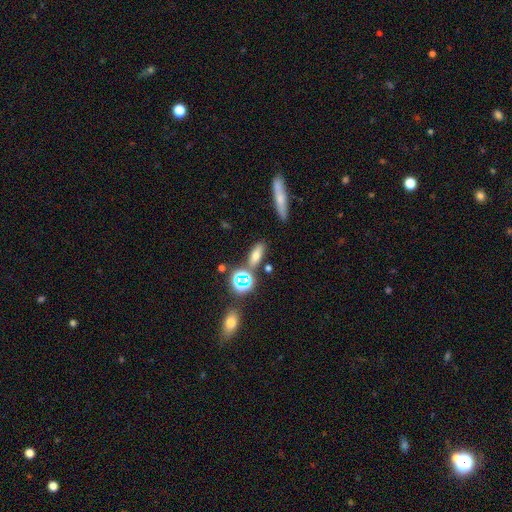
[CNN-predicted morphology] Smooth or featured?
  - smooth: 62% *
  - star or artifact: 20%
  - featured or disk: 18%
How rounded?
  - in between: 58% *
  - cigar-shaped: 32%
  - round: 10%
Merging?
  - none: 74% *
  - minor disturbance: 12%
  - merger: 10%
  - major disturbance: 4%